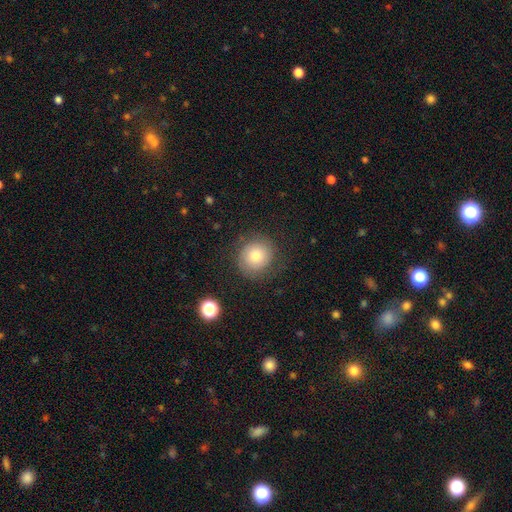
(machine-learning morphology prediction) type=smooth (66%); roundness=round (89%); merging=none (77%).